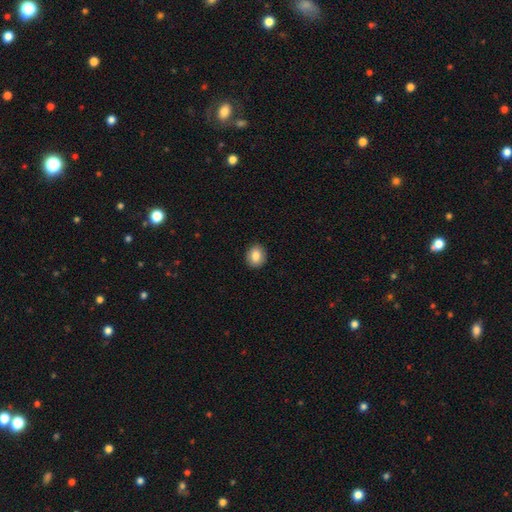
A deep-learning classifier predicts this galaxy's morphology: Smooth or featured? Predicted: smooth (p=0.84). How rounded? Predicted: round (p=0.68). Merging? Predicted: none (p=0.91).